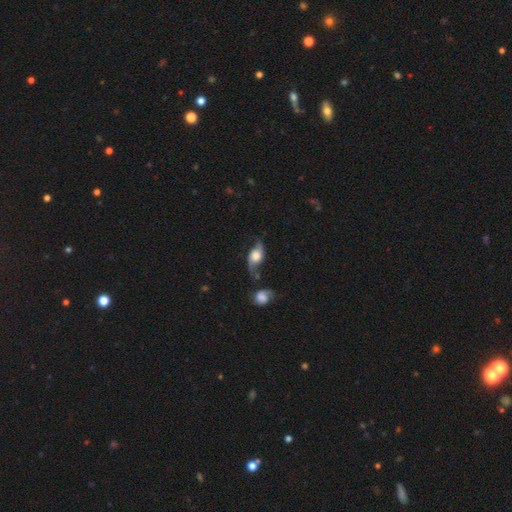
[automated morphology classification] Smooth or featured: featured or disk — 73% (smooth — 20%)
Edge-on disk: no — 91% (yes — 9%)
Bar: no — 71% (weak — 23%)
Spiral arms: yes — 91% (no — 9%)
Spiral winding: loose — 72% (medium — 21%)
Spiral arm count: 2 — 92% (can't tell — 3%)
Bulge size: large — 49% (moderate — 30%)
Merging: none — 56% (minor disturbance — 21%)